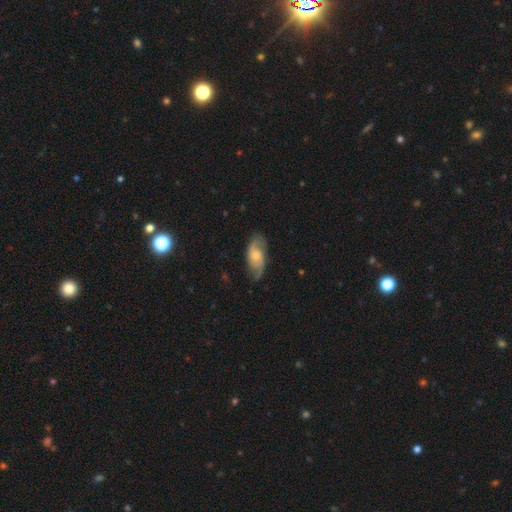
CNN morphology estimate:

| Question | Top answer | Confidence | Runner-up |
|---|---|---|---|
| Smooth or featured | featured or disk | 73% | smooth (21%) |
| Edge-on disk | no | 93% | yes (7%) |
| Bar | no | 65% | weak (30%) |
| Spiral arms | yes | 92% | no (8%) |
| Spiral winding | medium | 48% | tight (28%) |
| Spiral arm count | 2 | 81% | can't tell (11%) |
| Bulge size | moderate | 55% | small (33%) |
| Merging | none | 73% | minor disturbance (20%) |